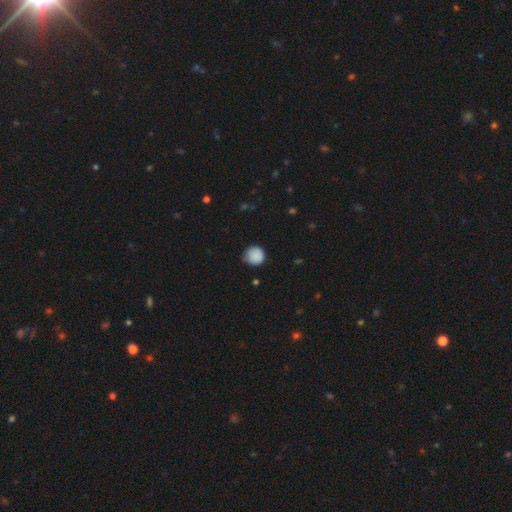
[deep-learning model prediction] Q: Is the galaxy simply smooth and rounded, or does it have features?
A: smooth — 87%.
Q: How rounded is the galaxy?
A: round — 93%.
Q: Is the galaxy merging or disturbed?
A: none — 73%.